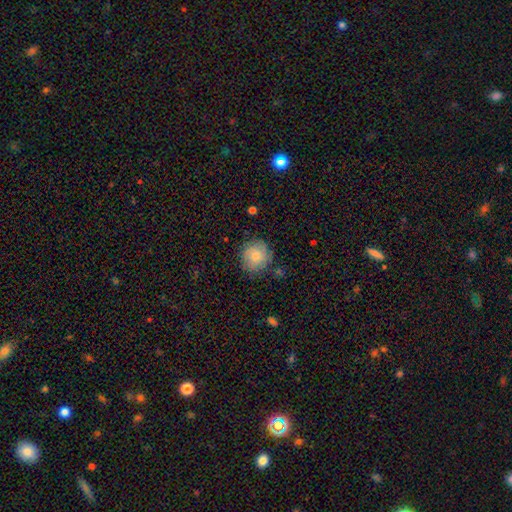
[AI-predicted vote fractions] Smooth or featured: smooth — 68% (featured or disk — 24%)
How rounded: round — 90% (in between — 9%)
Merging: none — 79% (minor disturbance — 15%)